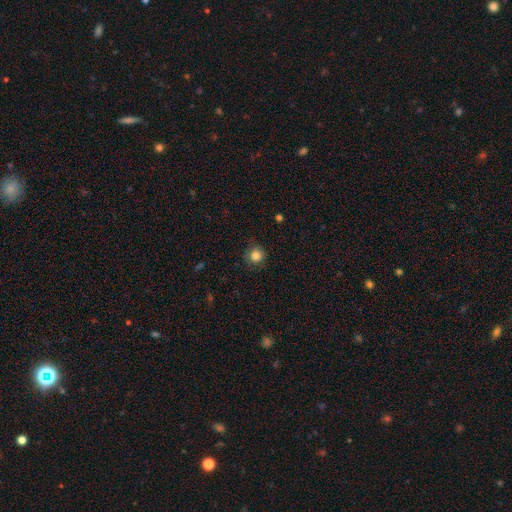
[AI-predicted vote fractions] This is clearly a smooth galaxy (84%). How rounded: clearly round (91%). Merging: clearly none (84%).